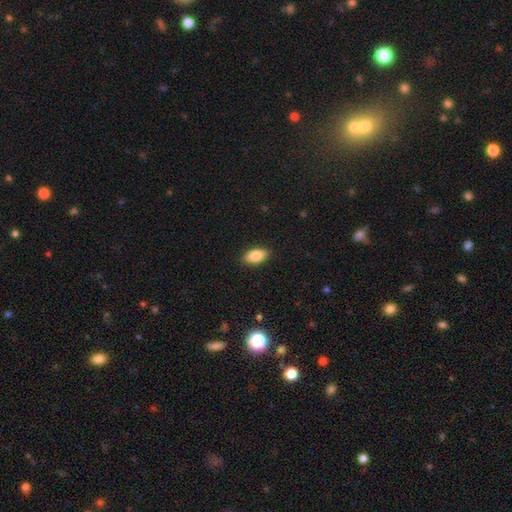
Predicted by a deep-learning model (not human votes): A smooth galaxy with no disk features (84%) that is in between round and cigar-shaped (90%).

Vote fractions:
- Smooth or featured? smooth: 84% / featured or disk: 9% / star or artifact: 7%
- How rounded? in between: 90% / cigar-shaped: 7% / round: 3%
- Merging? none: 89% / minor disturbance: 8% / major disturbance: 2% / merger: 1%